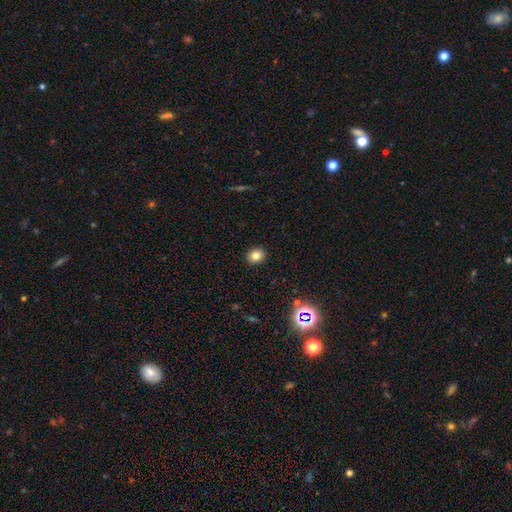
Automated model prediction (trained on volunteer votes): Smooth or featured? smooth (80%)
How rounded? round (70%)
Merging? none (92%)